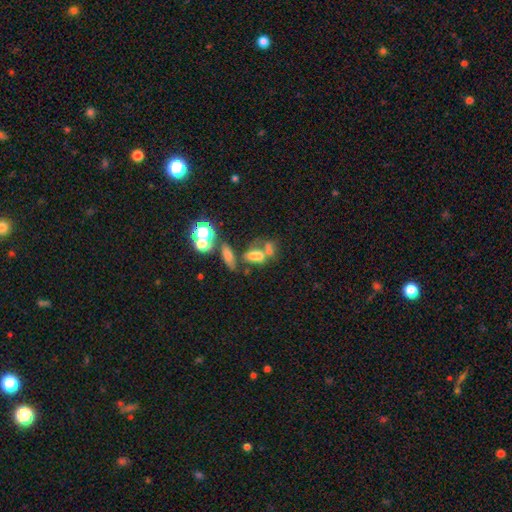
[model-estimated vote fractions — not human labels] Smooth or featured?
  - smooth: 59% *
  - featured or disk: 21%
  - star or artifact: 19%
How rounded?
  - in between: 74% *
  - round: 16%
  - cigar-shaped: 11%
Merging?
  - merger: 47% *
  - none: 30%
  - minor disturbance: 12%
  - major disturbance: 11%